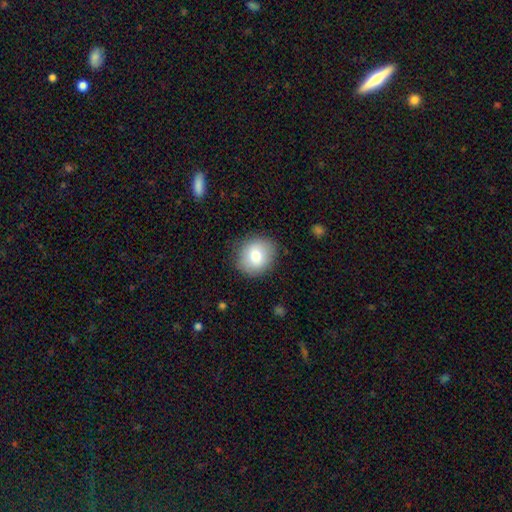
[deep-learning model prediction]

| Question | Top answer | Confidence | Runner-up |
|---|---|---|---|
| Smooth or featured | smooth | 76% | featured or disk (15%) |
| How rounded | round | 78% | in between (22%) |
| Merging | none | 85% | minor disturbance (11%) |